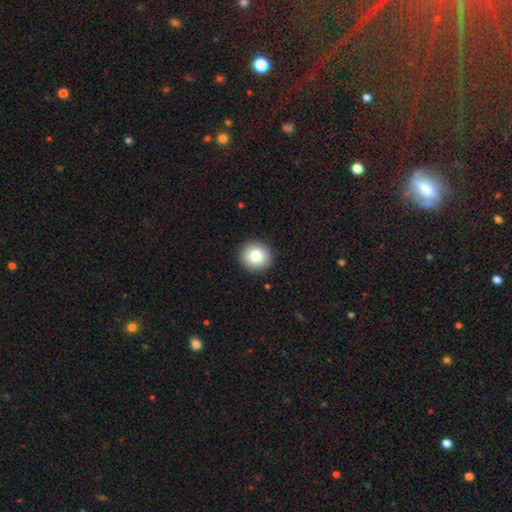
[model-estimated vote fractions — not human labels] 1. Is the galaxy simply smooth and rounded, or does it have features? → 82% smooth, 9% featured or disk, 9% star or artifact.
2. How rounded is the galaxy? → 92% round, 7% in between, 1% cigar-shaped.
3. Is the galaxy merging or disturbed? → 92% none, 5% minor disturbance, 2% major disturbance, 1% merger.